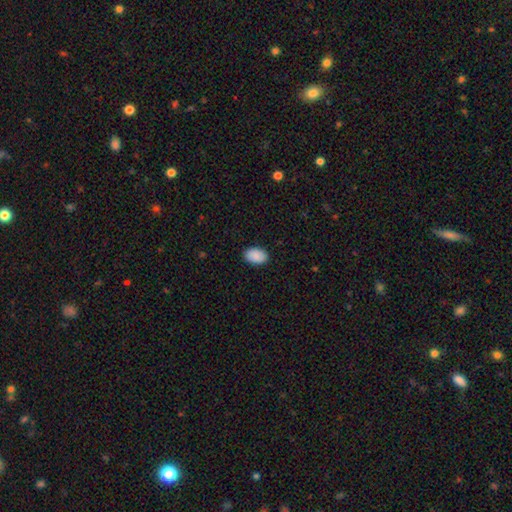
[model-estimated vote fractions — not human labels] Morphology: type=smooth (91%); roundness=in between (90%); merging=none (89%).